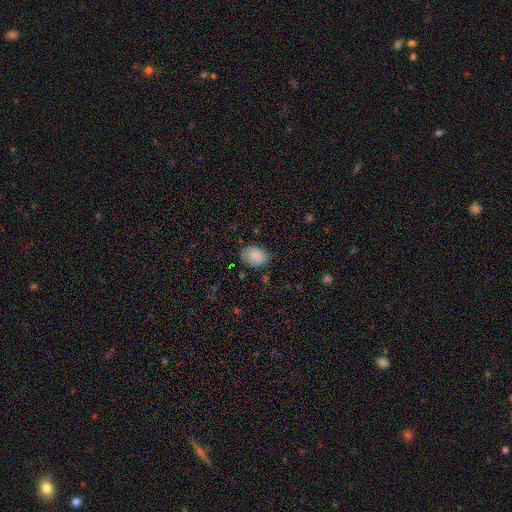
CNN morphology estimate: type=smooth (85%); roundness=in between (75%); merging=none (79%).